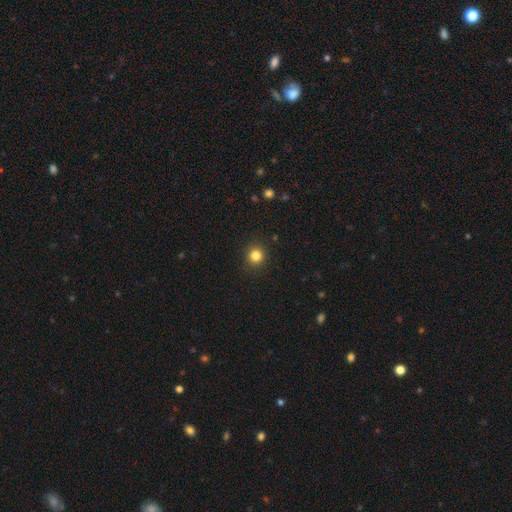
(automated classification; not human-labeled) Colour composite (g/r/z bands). It shows a smooth galaxy with no disk features (83%) that is round (93%). Merging: none (92%).